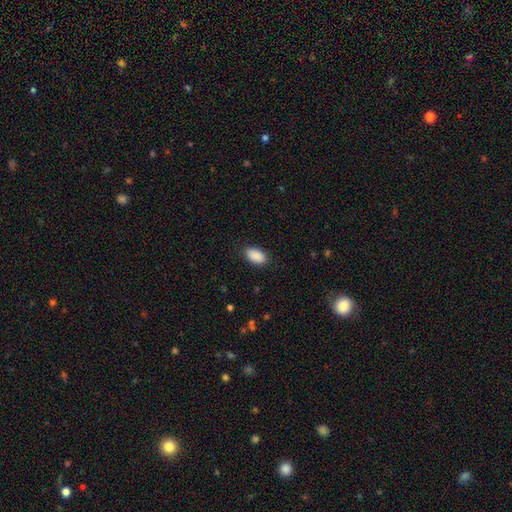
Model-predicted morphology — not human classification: A smooth galaxy with no disk features (90%) that is in between round and cigar-shaped (94%). Merging: none (88%).